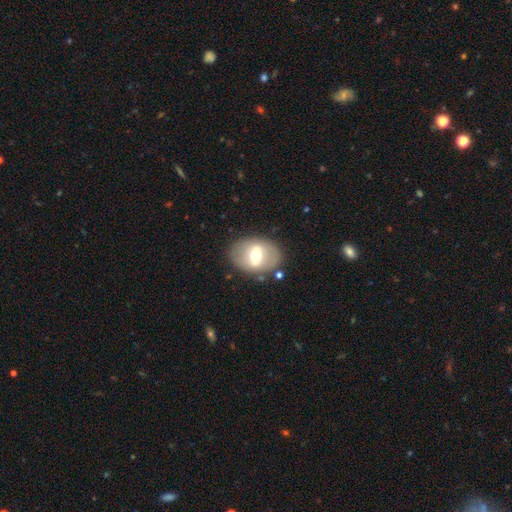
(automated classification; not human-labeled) Smooth or featured? featured or disk (50%)
Merging? none (80%)